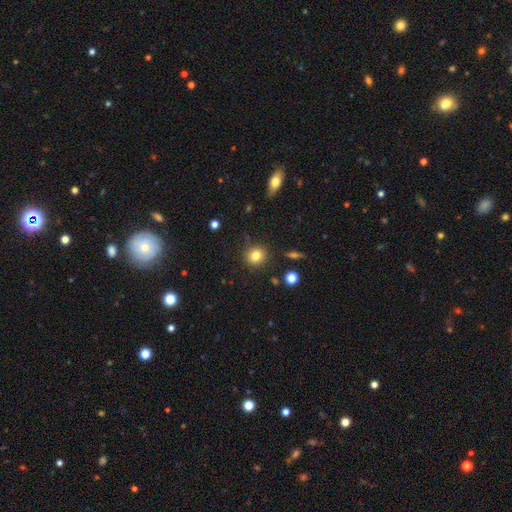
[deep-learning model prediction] Smooth or featured? smooth (80%)
How rounded? round (87%)
Merging? none (87%)